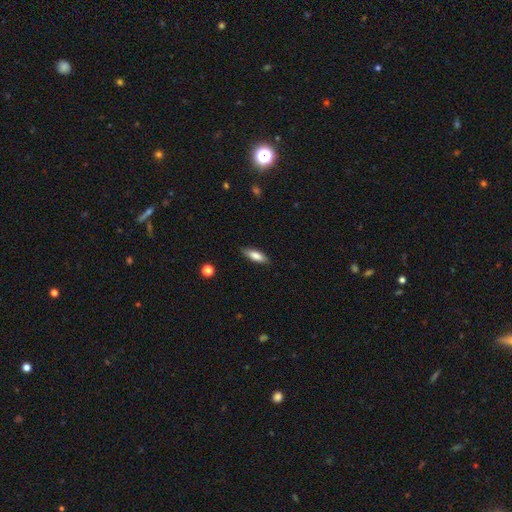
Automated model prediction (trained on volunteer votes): Smooth or featured: smooth — 78% (featured or disk — 15%)
How rounded: in between — 53% (cigar-shaped — 45%)
Merging: none — 87% (minor disturbance — 10%)